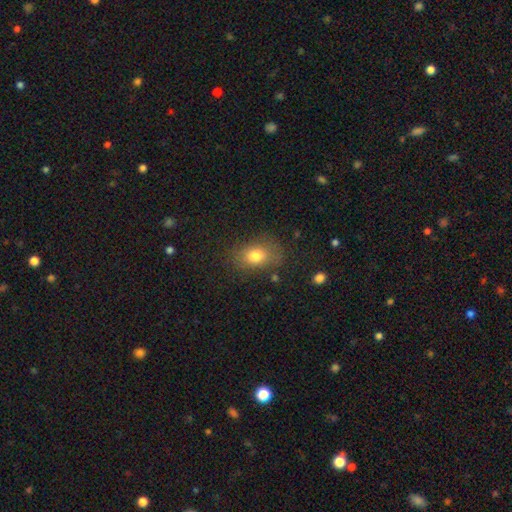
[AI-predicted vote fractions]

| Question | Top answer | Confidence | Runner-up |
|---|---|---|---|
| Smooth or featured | smooth | 78% | featured or disk (11%) |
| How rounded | in between | 73% | round (26%) |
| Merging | none | 73% | minor disturbance (18%) |